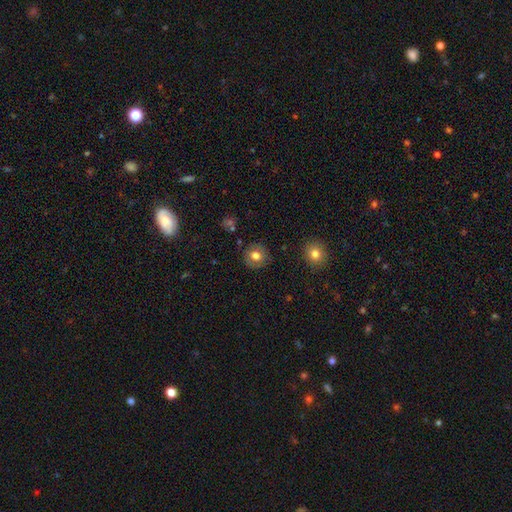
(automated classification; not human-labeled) The model was most divided on "smooth or featured": smooth: 72%, featured or disk: 18%, star or artifact: 10%. More confident: merging — none (86%); how rounded — round (86%).